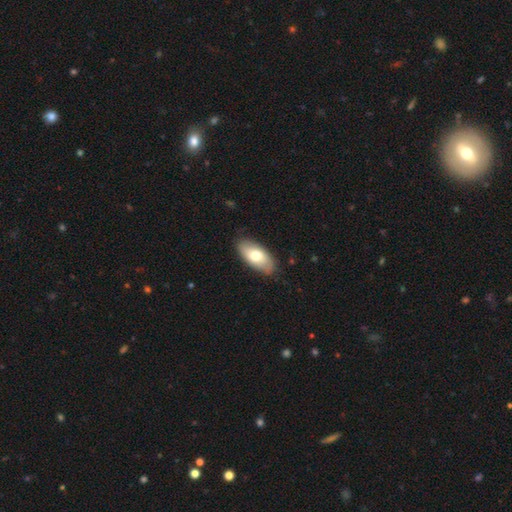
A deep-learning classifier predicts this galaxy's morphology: A smooth galaxy with no disk features (69%) that is in between round and cigar-shaped (91%).

Vote fractions:
- Smooth or featured? smooth: 69% / featured or disk: 25% / star or artifact: 6%
- How rounded? in between: 91% / cigar-shaped: 6% / round: 2%
- Merging? none: 84% / minor disturbance: 13% / major disturbance: 2% / merger: 1%